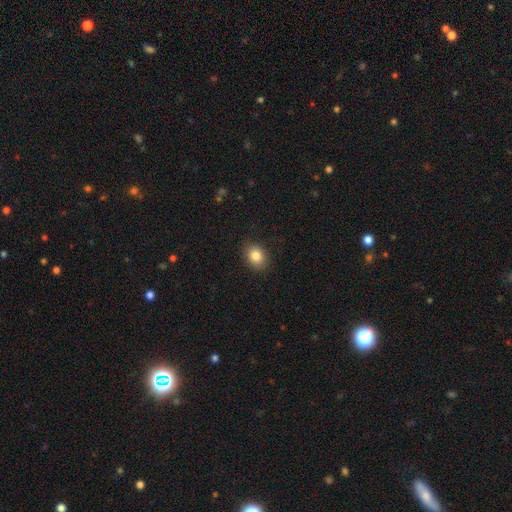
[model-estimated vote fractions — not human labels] smooth-or-featured: smooth: 84% | star or artifact: 9% | featured or disk: 7%
  how-rounded: in between: 54% | round: 45% | cigar-shaped: 1%
  merging: none: 88% | minor disturbance: 9% | major disturbance: 2% | merger: 1%